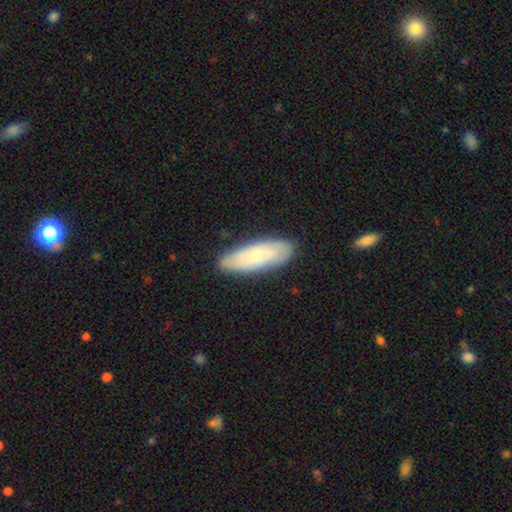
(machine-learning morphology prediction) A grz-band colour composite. It shows a smooth galaxy with no disk features (66%) that is in between round and cigar-shaped (61%). Merging: none (85%).